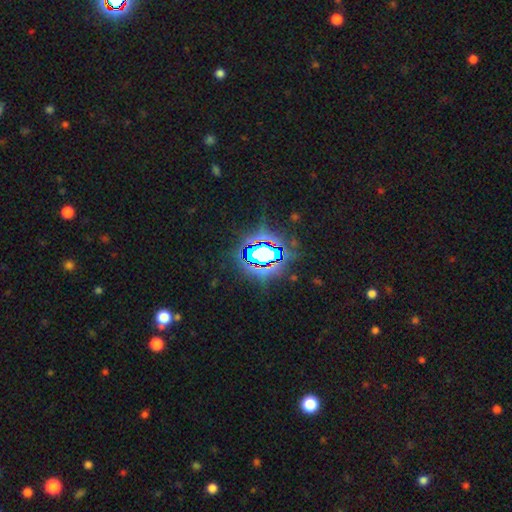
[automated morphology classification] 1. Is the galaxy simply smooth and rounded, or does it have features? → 77% star or artifact, 13% smooth, 10% featured or disk.